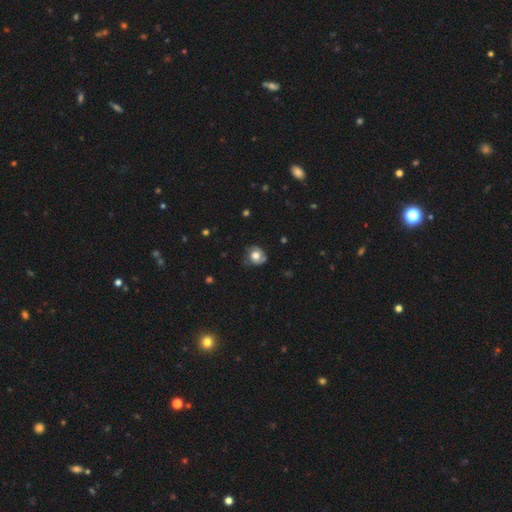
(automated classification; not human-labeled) Morphology: type=smooth (55%); roundness=round (78%); merging=none (65%).